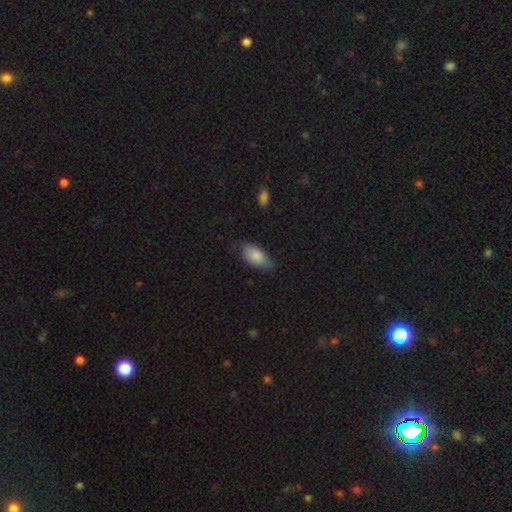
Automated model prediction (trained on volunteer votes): smooth 80%, featured or disk 14%, star or artifact 6%. Down the decision tree: how rounded — in between (93%); merging — none (61%).